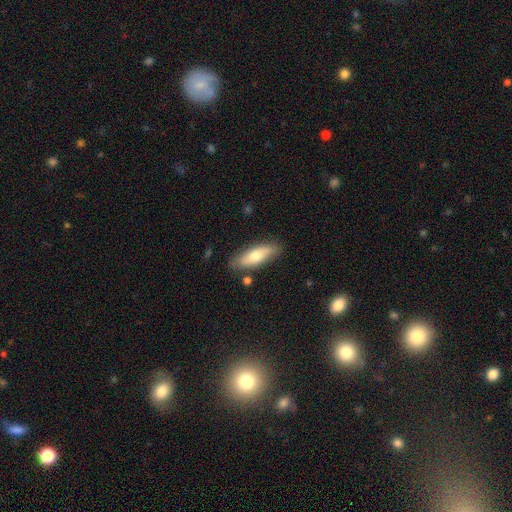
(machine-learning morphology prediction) type=smooth (66%); roundness=in between (54%); merging=none (83%).